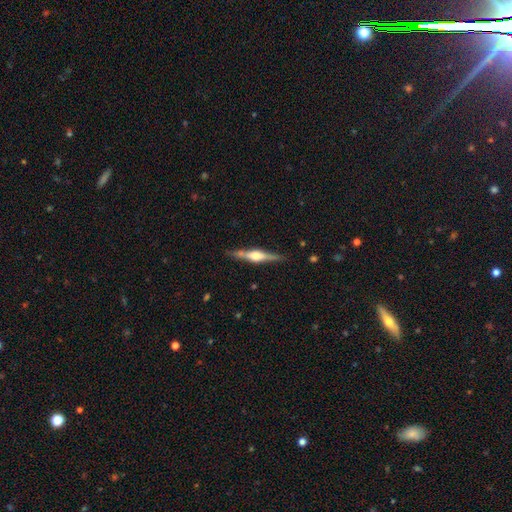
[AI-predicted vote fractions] This is likely a featured or disk galaxy (76%). It is clearly viewed edge-on (98%). Edge-on bulge: clearly rounded (84%). Merging: clearly none (85%).